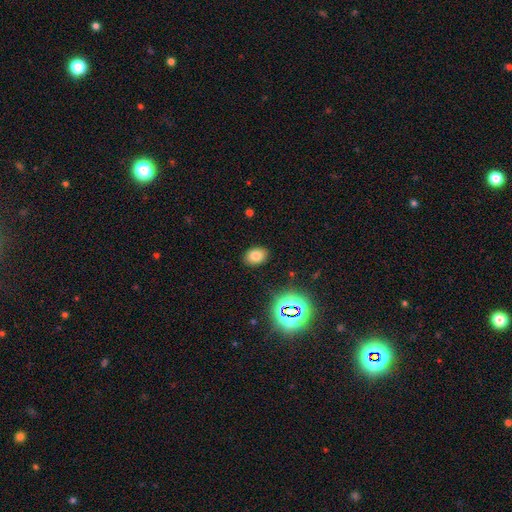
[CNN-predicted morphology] Smooth or featured: smooth — 76% (star or artifact — 16%)
How rounded: in between — 74% (round — 25%)
Merging: none — 87% (minor disturbance — 9%)